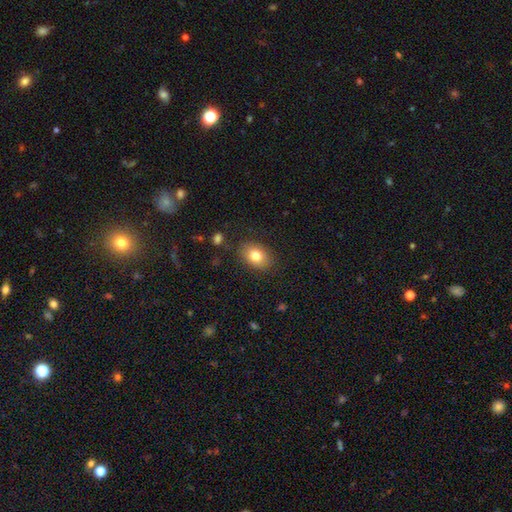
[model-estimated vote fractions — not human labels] Overall: smooth (82%). How rounded: in between (77%). Merging: none (85%).